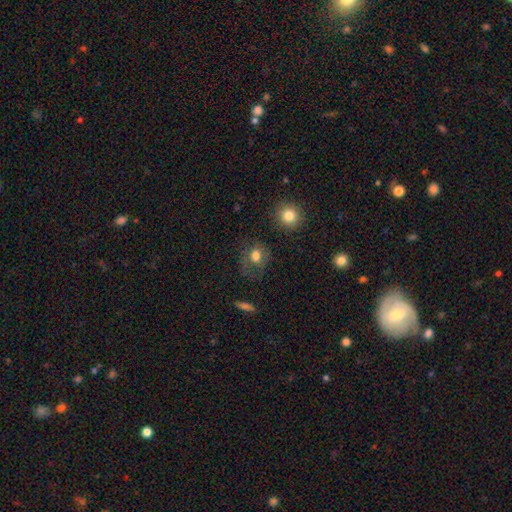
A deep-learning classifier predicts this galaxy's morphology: smooth_or_featured: smooth (p=0.71) [alt: featured or disk p=0.18]
how_rounded: round (p=0.62) [alt: in between p=0.37]
merging: none (p=0.63) [alt: minor disturbance p=0.19]